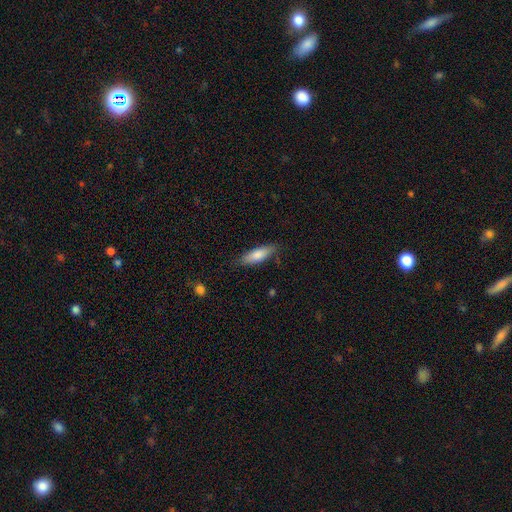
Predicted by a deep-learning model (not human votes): The model was most divided on "how rounded": cigar-shaped: 58%, in between: 40%, round: 2%. More confident: merging — none (80%); smooth or featured — smooth (72%).